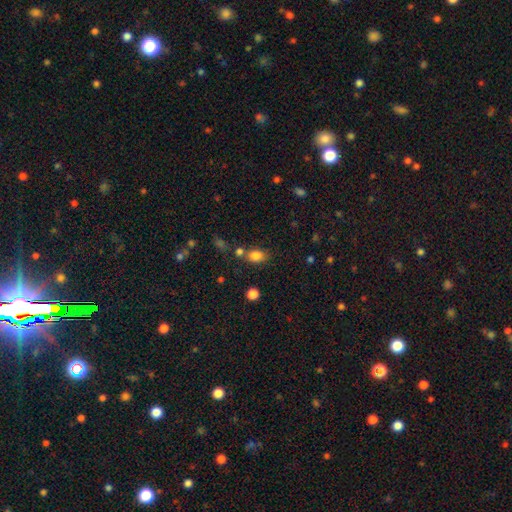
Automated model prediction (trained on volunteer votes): Q: Smooth or featured?
A: smooth (83%); runner-up: star or artifact (11%)
Q: How rounded?
A: in between (67%); runner-up: round (31%)
Q: Merging?
A: none (62%); runner-up: merger (18%)